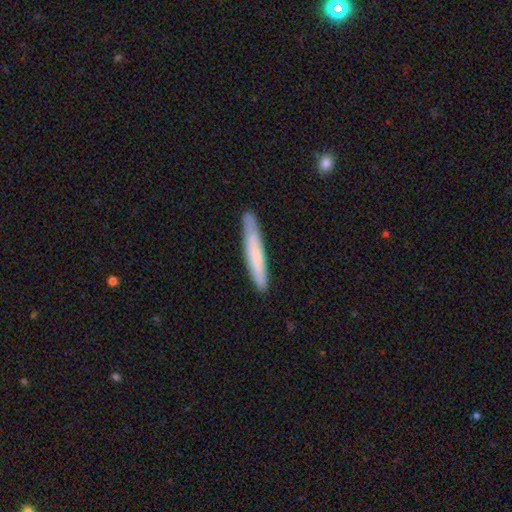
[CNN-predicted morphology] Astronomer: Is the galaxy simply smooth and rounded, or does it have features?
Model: smooth — 64%.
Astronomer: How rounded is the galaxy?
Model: cigar-shaped — 95%.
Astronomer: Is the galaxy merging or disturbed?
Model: none — 84%.